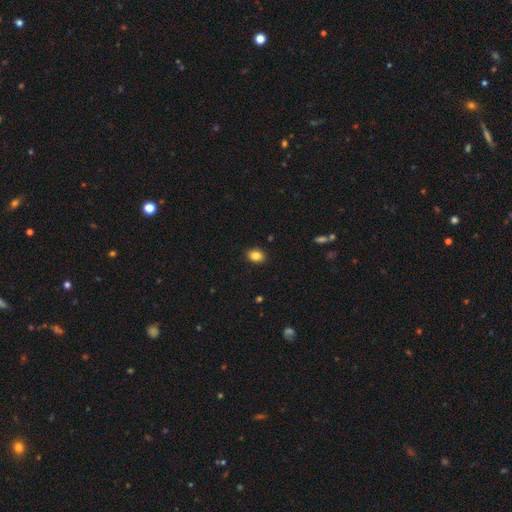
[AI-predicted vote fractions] Smooth or featured? smooth (85%)
How rounded? in between (65%)
Merging? none (90%)